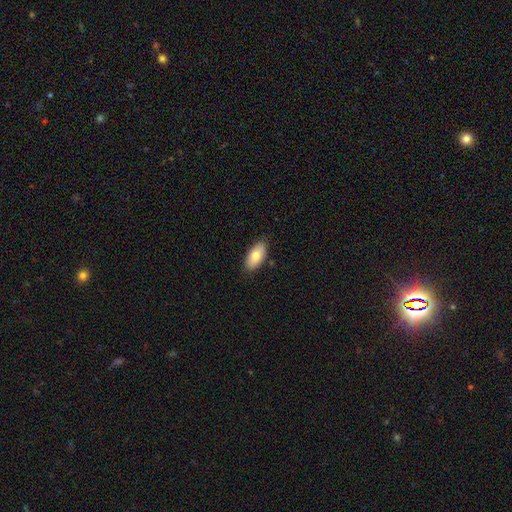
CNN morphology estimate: This is likely a smooth galaxy (80%). How rounded: clearly in between (92%). Merging: clearly none (87%).